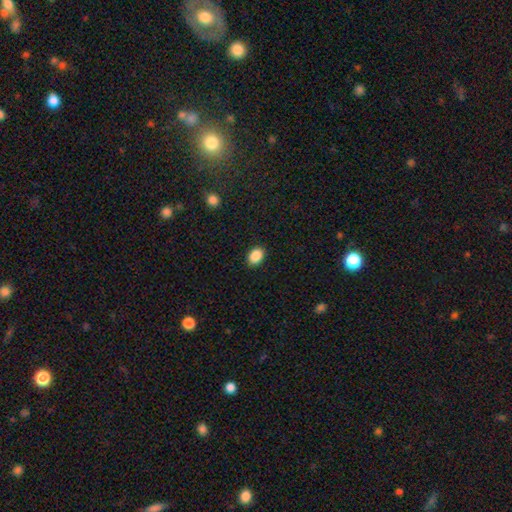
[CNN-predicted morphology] type=smooth (89%); roundness=in between (78%); merging=none (89%).